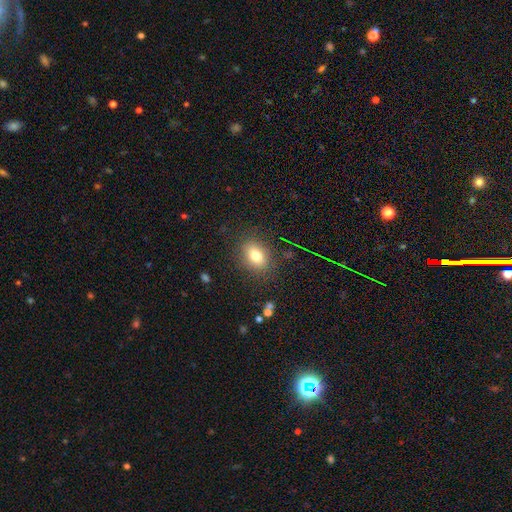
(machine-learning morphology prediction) This appears to be a smooth galaxy with no disk features (77%) that is in between round and cigar-shaped (66%). Merging: none (84%).